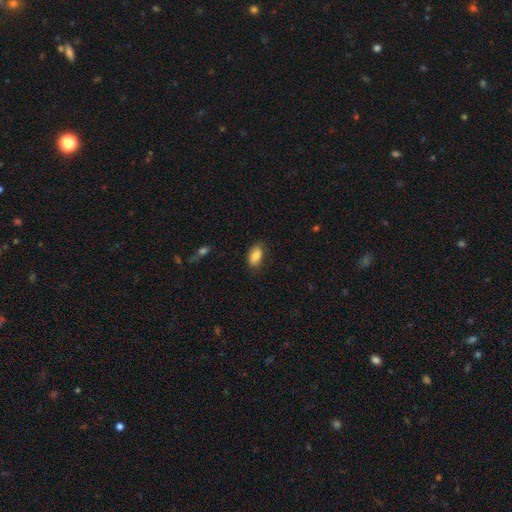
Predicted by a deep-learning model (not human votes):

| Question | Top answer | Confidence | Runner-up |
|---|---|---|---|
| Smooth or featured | smooth | 84% | featured or disk (8%) |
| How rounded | in between | 92% | round (6%) |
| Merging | none | 80% | minor disturbance (15%) |